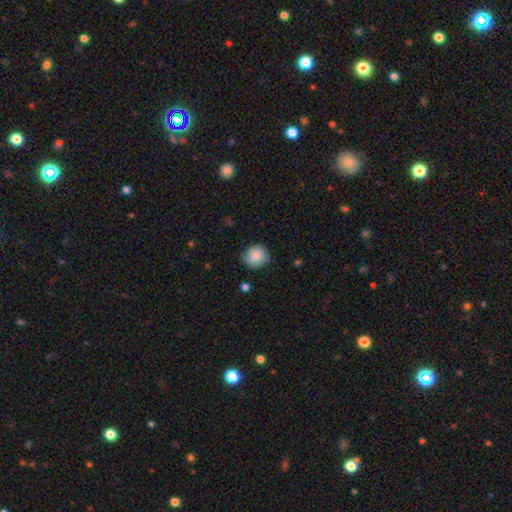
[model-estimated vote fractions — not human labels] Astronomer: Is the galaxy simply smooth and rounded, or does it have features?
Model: smooth — 85%.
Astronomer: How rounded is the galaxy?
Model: round — 87%.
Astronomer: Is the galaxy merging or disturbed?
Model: none — 80%.